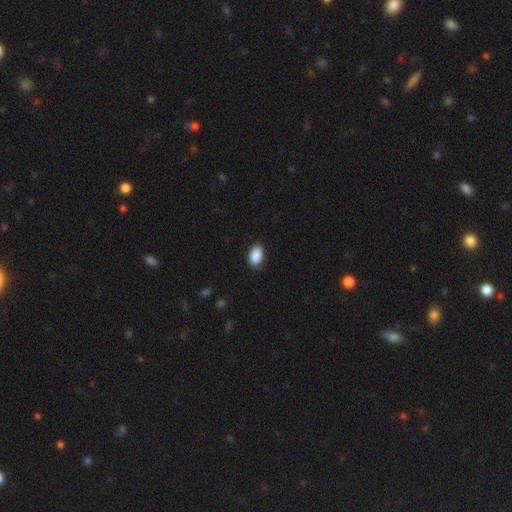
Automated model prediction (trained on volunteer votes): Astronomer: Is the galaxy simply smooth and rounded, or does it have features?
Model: smooth — 90%.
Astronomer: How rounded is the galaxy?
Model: in between — 93%.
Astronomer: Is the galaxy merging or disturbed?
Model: none — 86%.